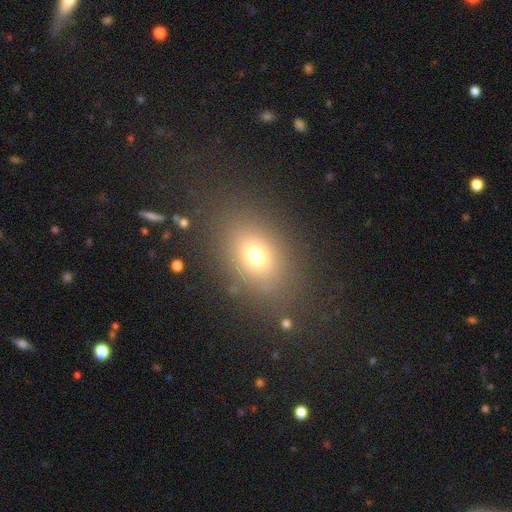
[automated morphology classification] smooth_or_featured: smooth (p=0.70) [alt: star or artifact p=0.17]
how_rounded: in between (p=0.71) [alt: round p=0.27]
merging: none (p=0.82) [alt: minor disturbance p=0.10]